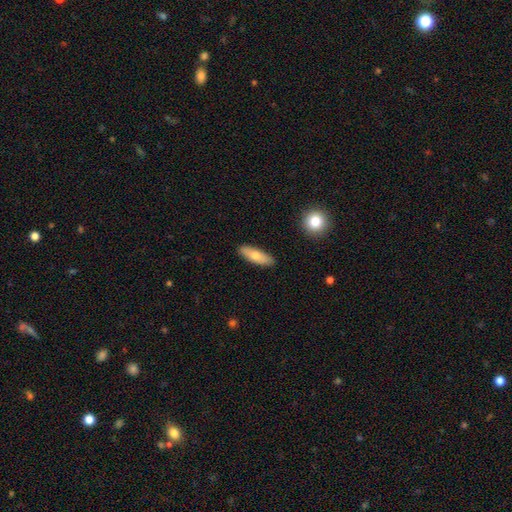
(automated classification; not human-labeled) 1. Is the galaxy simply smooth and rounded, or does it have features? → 74% smooth, 20% featured or disk, 6% star or artifact.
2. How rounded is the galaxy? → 54% in between, 44% cigar-shaped, 2% round.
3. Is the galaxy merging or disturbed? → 88% none, 8% minor disturbance, 2% major disturbance, 2% merger.